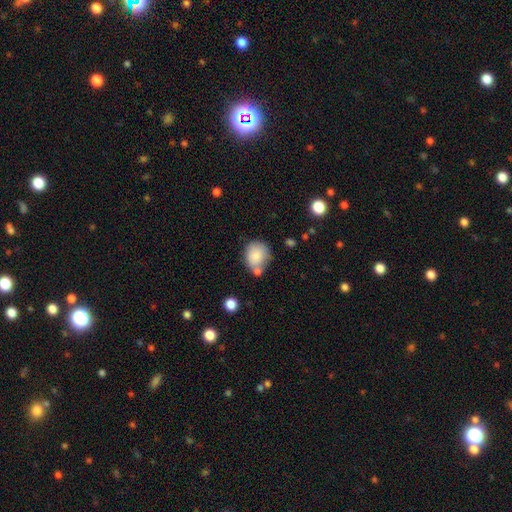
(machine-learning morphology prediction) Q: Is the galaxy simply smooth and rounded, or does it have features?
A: smooth — 83%.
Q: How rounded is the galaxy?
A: round — 64%.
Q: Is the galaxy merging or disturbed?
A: none — 50%.